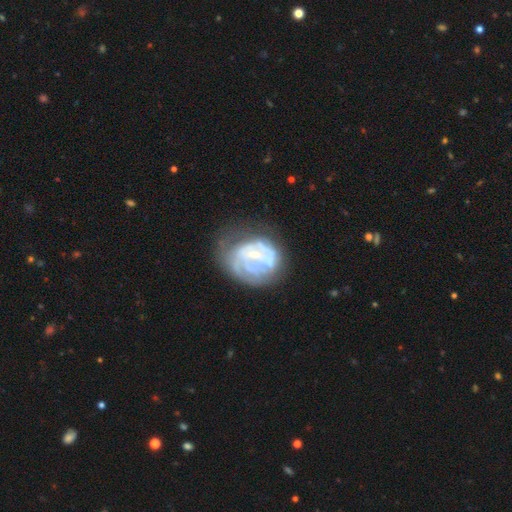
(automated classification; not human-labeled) A featured or disk galaxy (73%) with no bar (44%), spiral arms (66%) and a small central bulge (65%). Merging: none (44%).